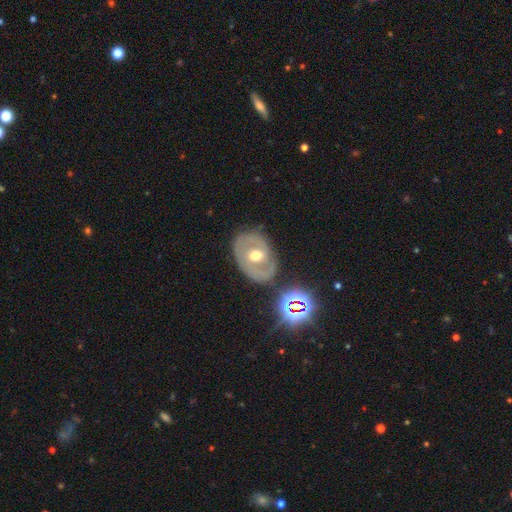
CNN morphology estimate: Smooth or featured? featured or disk (69%)
Edge-on disk? no (95%)
Bar? no (48%)
Spiral arms? yes (61%)
Bulge size? moderate (76%)
Merging? none (69%)